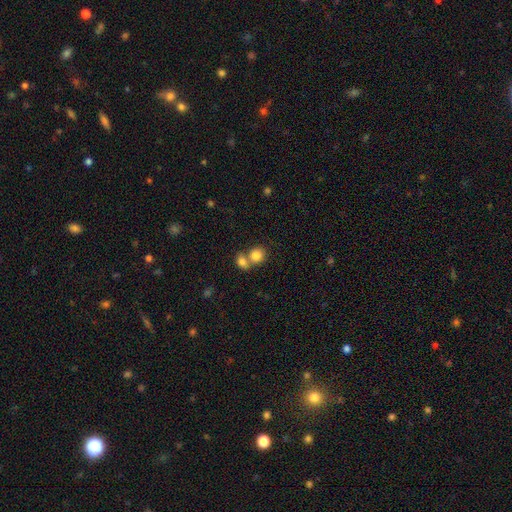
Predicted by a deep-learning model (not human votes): A smooth galaxy with no disk features (83%) that is round (73%). Merging: merger (52%).